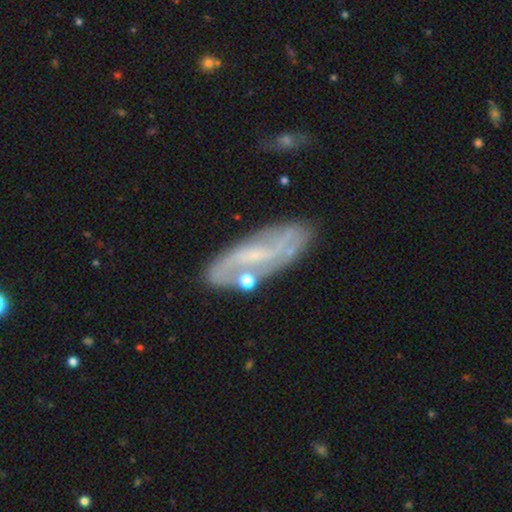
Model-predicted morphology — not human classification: Smooth or featured?
  - featured or disk: 70% *
  - smooth: 22%
  - star or artifact: 8%
Edge-on disk?
  - no: 84% *
  - yes: 16%
Bar?
  - weak: 45% *
  - no: 33%
  - strong: 22%
Spiral arms?
  - yes: 81% *
  - no: 19%
Bulge size?
  - small: 50% *
  - none: 27%
  - moderate: 19%
  - large: 2%
  - dominant: 1%
Merging?
  - none: 68% *
  - minor disturbance: 18%
  - merger: 7%
  - major disturbance: 7%